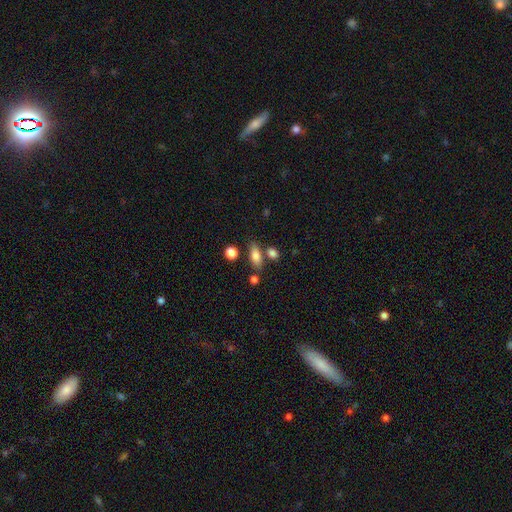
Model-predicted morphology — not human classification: This appears to be a smooth galaxy with no disk features (79%) that is in between round and cigar-shaped (76%). Merging: none (70%).